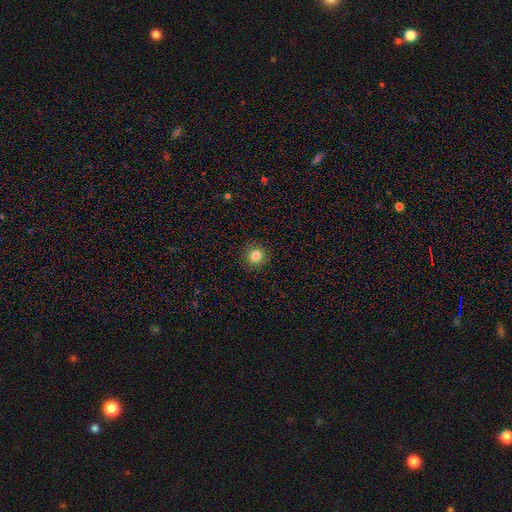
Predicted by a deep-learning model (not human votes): This is clearly a smooth galaxy (83%). How rounded: clearly round (90%). Merging: clearly none (91%).